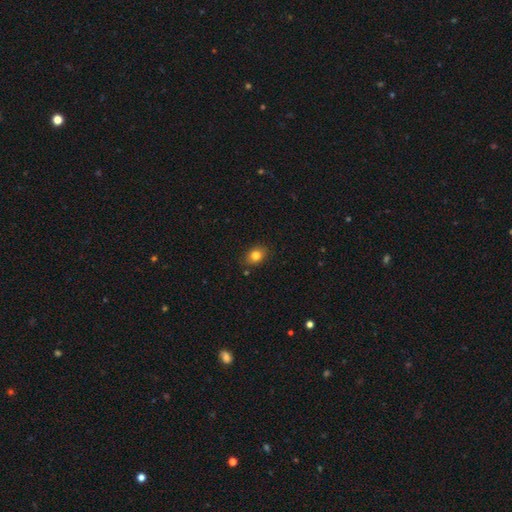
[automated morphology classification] A smooth galaxy with no disk features (81%) that is in between round and cigar-shaped (64%).

Vote fractions:
- Smooth or featured? smooth: 81% / star or artifact: 10% / featured or disk: 9%
- How rounded? in between: 64% / round: 35% / cigar-shaped: 1%
- Merging? none: 85% / minor disturbance: 11% / major disturbance: 2% / merger: 2%